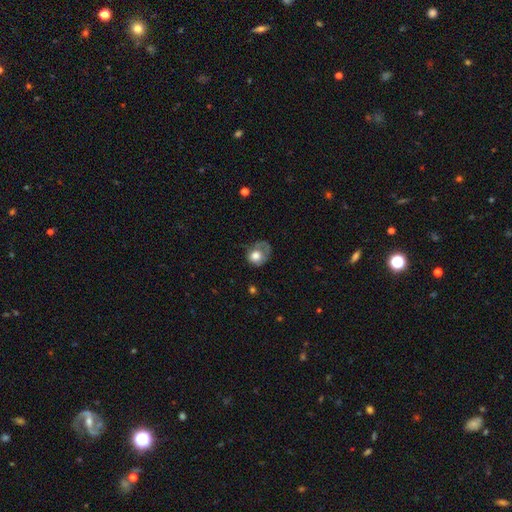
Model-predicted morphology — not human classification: Smooth or featured? smooth (63%)
How rounded? round (63%)
Merging? major disturbance (36%)